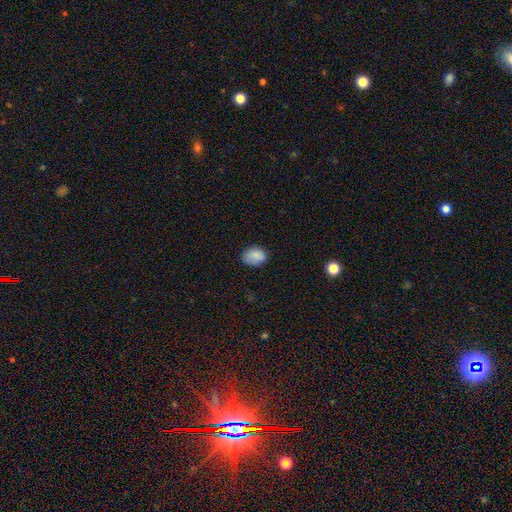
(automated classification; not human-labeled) Smooth or featured? smooth (85%)
How rounded? in between (74%)
Merging? none (71%)